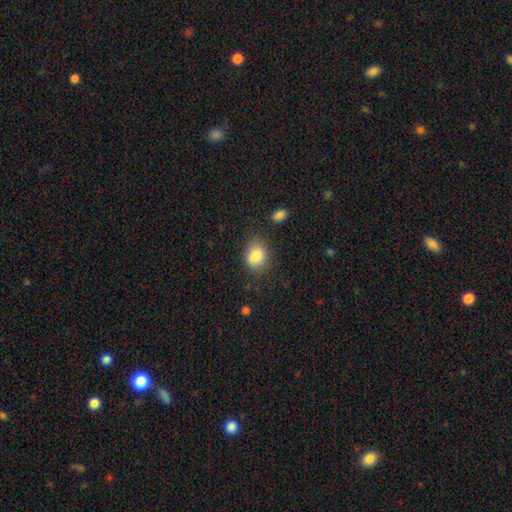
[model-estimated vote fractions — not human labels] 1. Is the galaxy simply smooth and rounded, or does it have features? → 85% smooth, 9% star or artifact, 6% featured or disk.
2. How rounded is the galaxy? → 59% in between, 39% round, 1% cigar-shaped.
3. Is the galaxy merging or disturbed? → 67% none, 22% minor disturbance, 7% major disturbance, 4% merger.